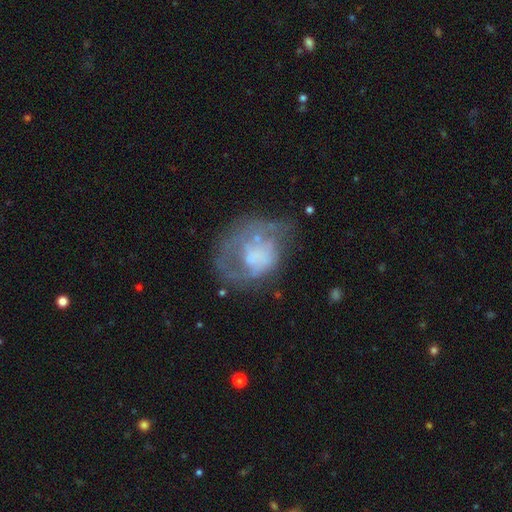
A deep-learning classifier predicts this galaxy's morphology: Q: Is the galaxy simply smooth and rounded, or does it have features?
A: featured or disk — 58%.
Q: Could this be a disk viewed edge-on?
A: no — 98%.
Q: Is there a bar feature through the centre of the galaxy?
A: no — 84%.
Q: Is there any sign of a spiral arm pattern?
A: no — 58%.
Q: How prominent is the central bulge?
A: none — 48%.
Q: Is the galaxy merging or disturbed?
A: none — 37%.